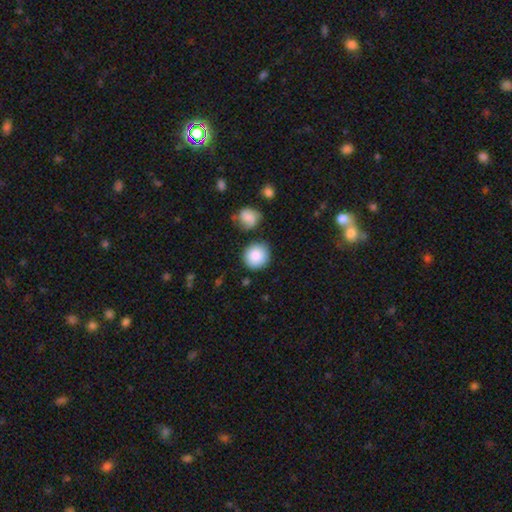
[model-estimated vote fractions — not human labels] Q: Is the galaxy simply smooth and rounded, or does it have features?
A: smooth — 86%.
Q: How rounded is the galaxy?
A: round — 92%.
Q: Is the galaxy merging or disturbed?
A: none — 82%.